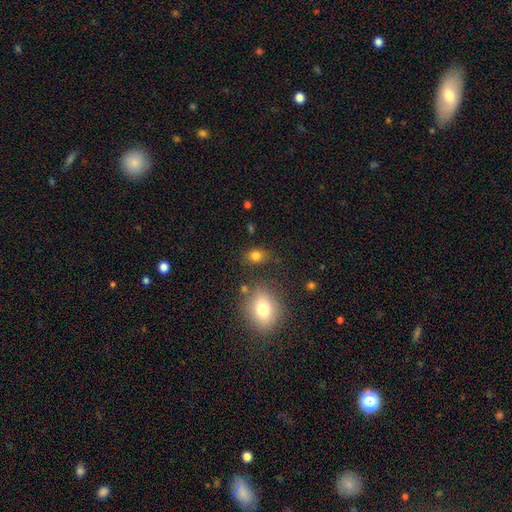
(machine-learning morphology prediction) A smooth galaxy with no disk features (81%) that is in between round and cigar-shaped (50%). Merging: none (71%).